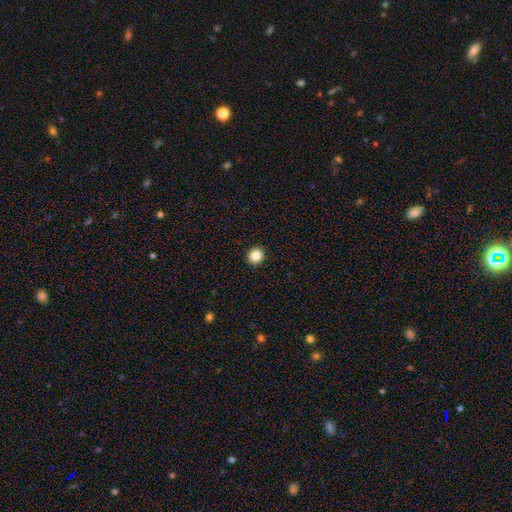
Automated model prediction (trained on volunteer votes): Smooth or featured? smooth (85%)
How rounded? round (91%)
Merging? none (93%)